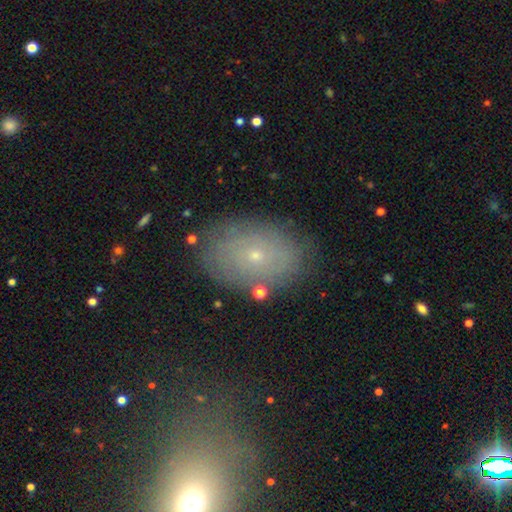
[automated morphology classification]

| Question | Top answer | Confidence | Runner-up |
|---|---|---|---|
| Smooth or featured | smooth | 44% | featured or disk (41%) |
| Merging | none | 84% | minor disturbance (11%) |